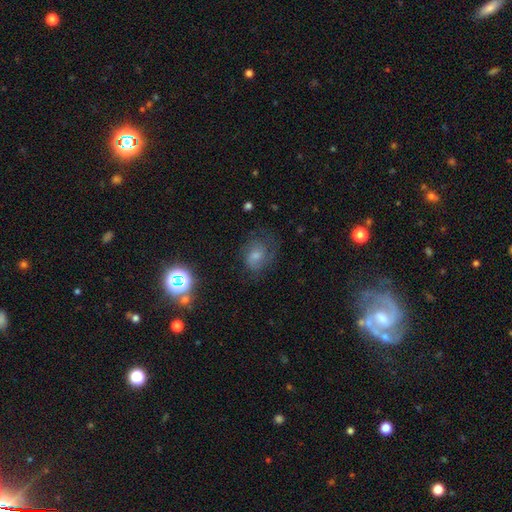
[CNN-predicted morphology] smooth_or_featured: featured or disk (p=0.44) [alt: smooth p=0.40]
merging: none (p=0.57) [alt: minor disturbance p=0.23]